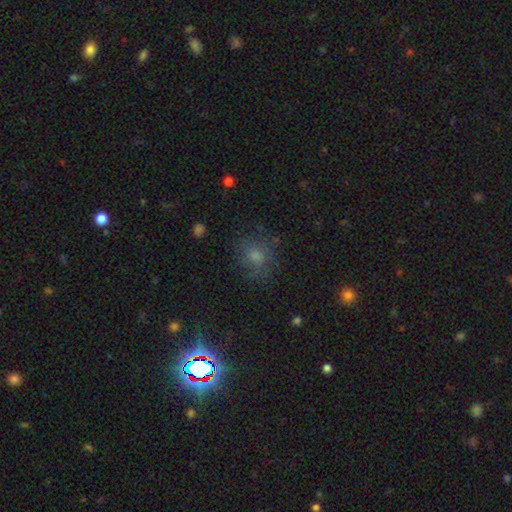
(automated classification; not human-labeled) Smooth or featured? smooth (52%)
How rounded? round (77%)
Merging? none (76%)